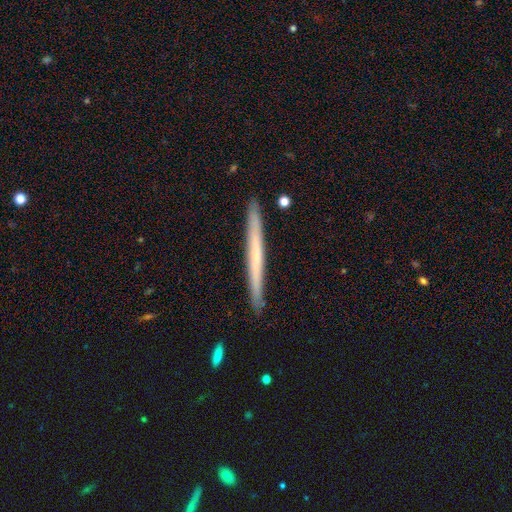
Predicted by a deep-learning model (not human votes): A smooth galaxy with no disk features (48%).

Vote fractions:
- Smooth or featured? smooth: 48% / featured or disk: 46% / star or artifact: 6%
- Merging? none: 91% / minor disturbance: 6% / major disturbance: 1% / merger: 1%